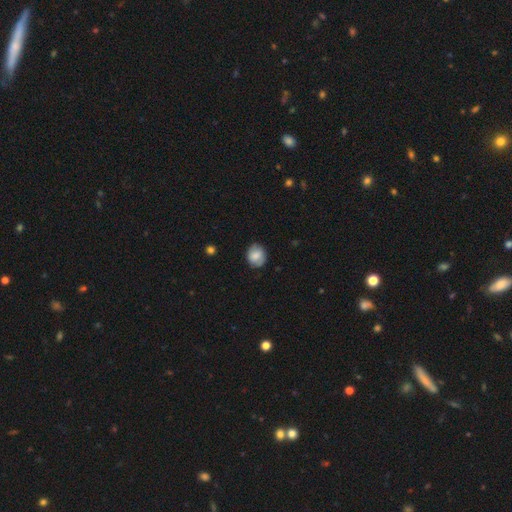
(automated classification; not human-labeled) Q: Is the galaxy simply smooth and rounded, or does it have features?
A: smooth — 76%.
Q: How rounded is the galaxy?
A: round — 71%.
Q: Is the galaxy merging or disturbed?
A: none — 82%.